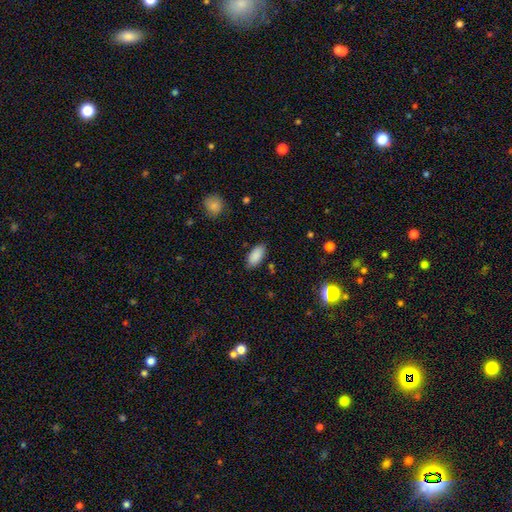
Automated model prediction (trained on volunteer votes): smooth_or_featured: smooth (p=0.89) [alt: star or artifact p=0.07]
how_rounded: in between (p=0.91) [alt: cigar-shaped p=0.07]
merging: none (p=0.85) [alt: minor disturbance p=0.11]